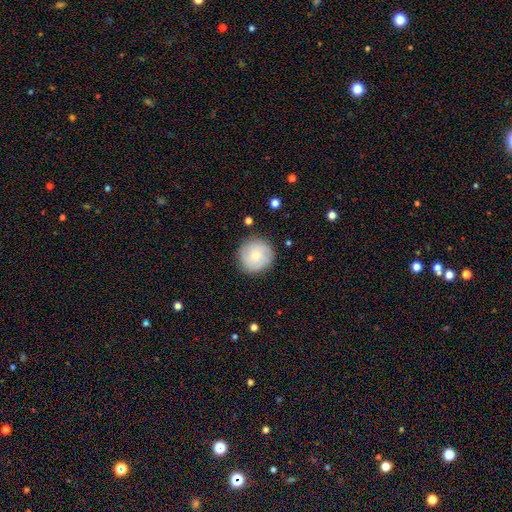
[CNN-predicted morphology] smooth 59%, featured or disk 34%, star or artifact 7%. Down the decision tree: how rounded — round (95%); merging — none (86%).